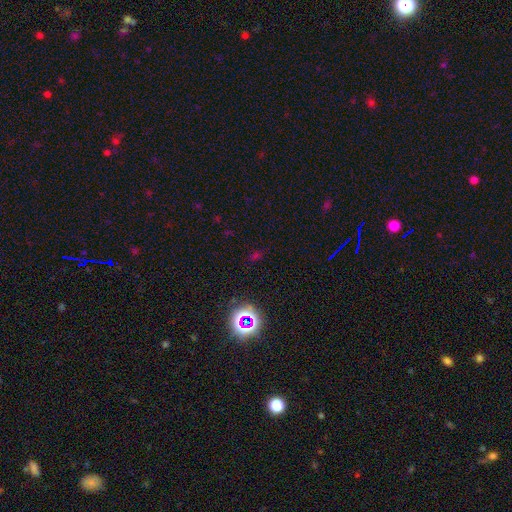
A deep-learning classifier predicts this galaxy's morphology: smooth-or-featured: star or artifact: 62% | smooth: 29% | featured or disk: 9%